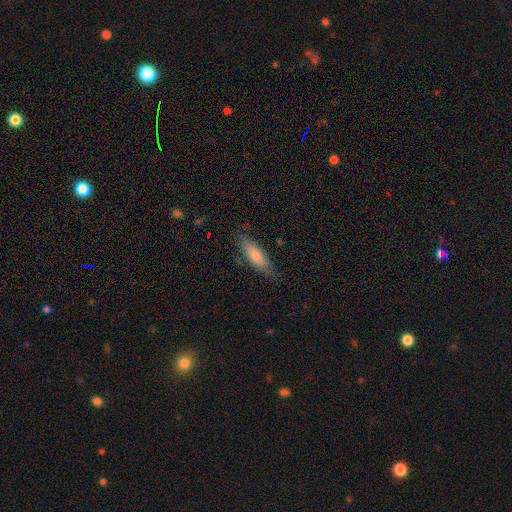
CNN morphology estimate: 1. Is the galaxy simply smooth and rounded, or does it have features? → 74% smooth, 20% featured or disk, 6% star or artifact.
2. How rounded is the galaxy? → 58% cigar-shaped, 40% in between, 2% round.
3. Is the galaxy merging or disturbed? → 78% none, 17% minor disturbance, 3% major disturbance, 1% merger.